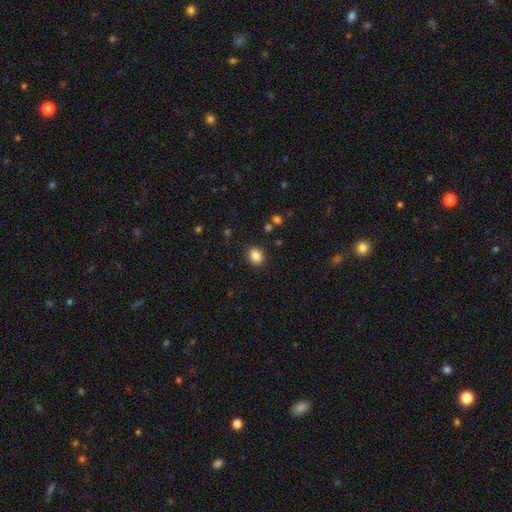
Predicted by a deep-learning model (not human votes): The model was most divided on "how rounded": round: 66%, in between: 34%, cigar-shaped: 1%. More confident: merging — none (89%); smooth or featured — smooth (86%).